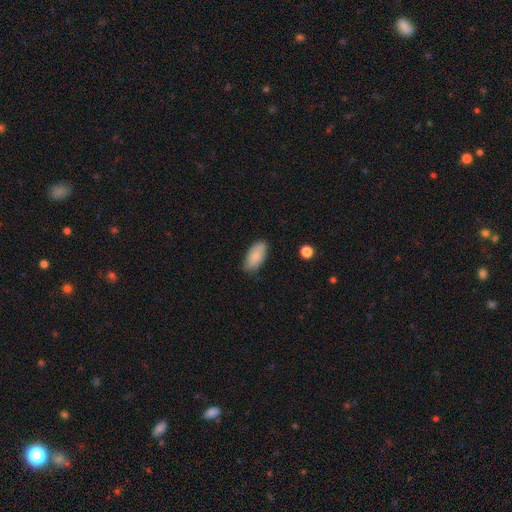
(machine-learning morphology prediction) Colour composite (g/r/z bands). It shows a smooth galaxy with no disk features (85%) that is in between round and cigar-shaped (92%). Merging: none (81%).